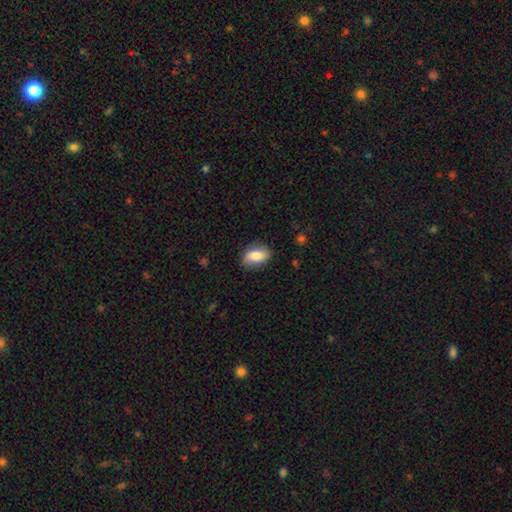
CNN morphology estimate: type=smooth (74%); roundness=in between (87%); merging=none (82%).